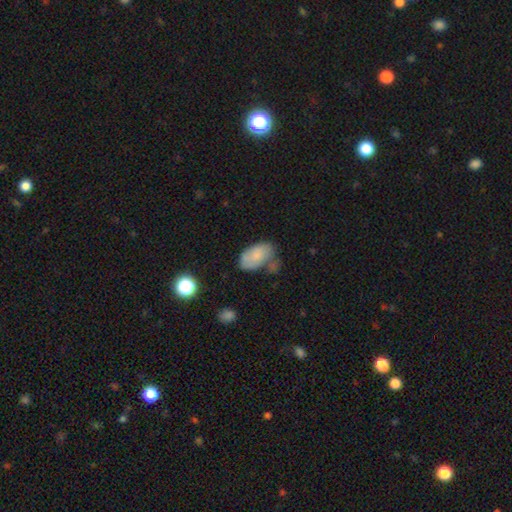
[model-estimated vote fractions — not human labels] A smooth galaxy with no disk features (76%) that is in between round and cigar-shaped (93%).

Vote fractions:
- Smooth or featured? smooth: 76% / featured or disk: 16% / star or artifact: 8%
- How rounded? in between: 93% / round: 5% / cigar-shaped: 2%
- Merging? none: 46% / minor disturbance: 29% / merger: 15% / major disturbance: 11%